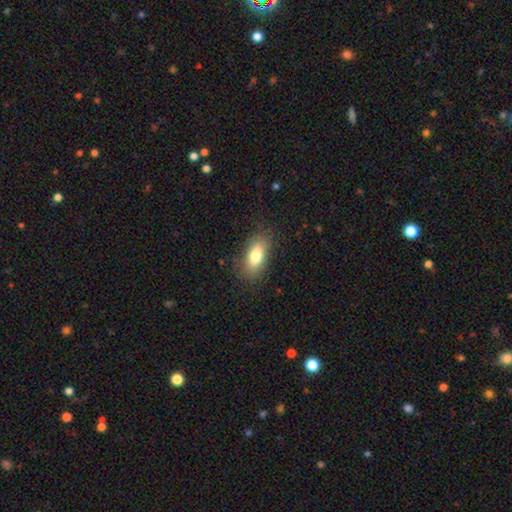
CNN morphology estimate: Smooth or featured: smooth — 78% (featured or disk — 14%)
How rounded: in between — 84% (cigar-shaped — 10%)
Merging: none — 83% (minor disturbance — 12%)